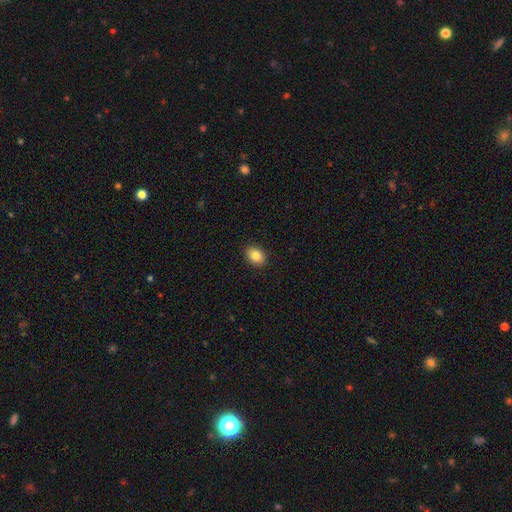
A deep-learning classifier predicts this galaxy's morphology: Smooth or featured: smooth — 85% (star or artifact — 9%)
How rounded: in between — 72% (round — 27%)
Merging: none — 91% (minor disturbance — 7%)